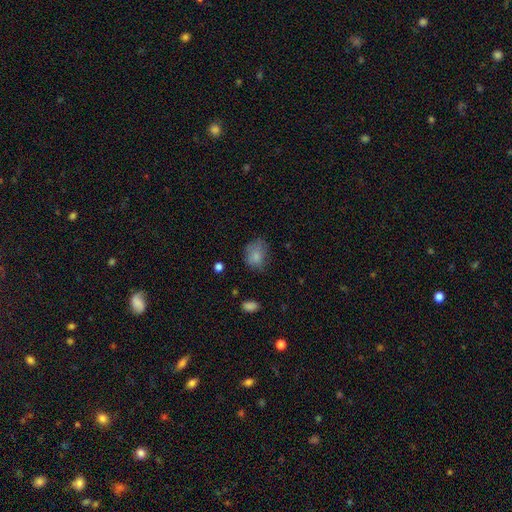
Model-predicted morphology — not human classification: Smooth or featured? Predicted: smooth (p=0.78). How rounded? Predicted: in between (p=0.50). Merging? Predicted: none (p=0.57).